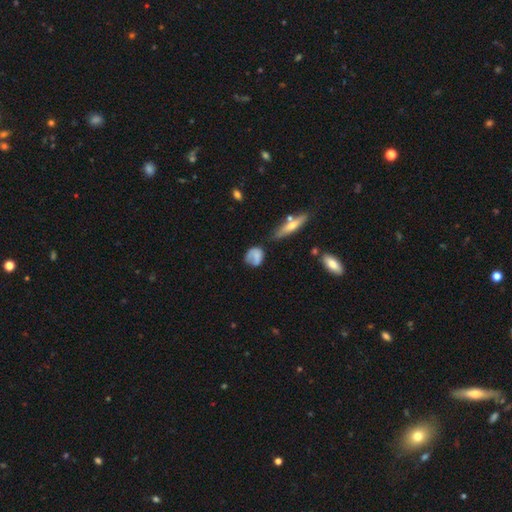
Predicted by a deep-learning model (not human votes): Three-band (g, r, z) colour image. It shows a smooth galaxy with no disk features (63%) that is round (49%). Merging: none (48%).